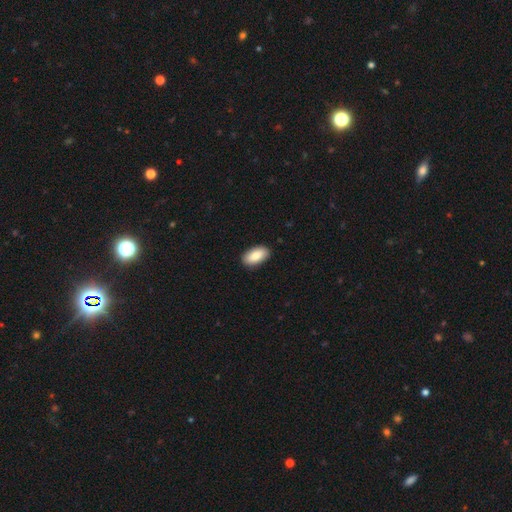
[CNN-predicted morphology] This is clearly a smooth galaxy (86%). How rounded: clearly in between (93%). Merging: clearly none (89%).